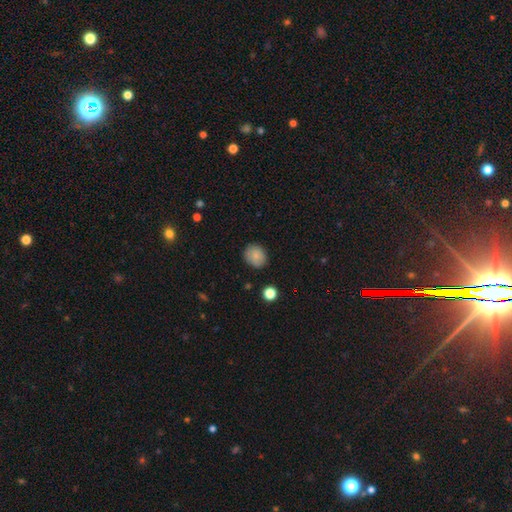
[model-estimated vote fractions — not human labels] This appears to be a smooth galaxy with no disk features (83%) that is round (66%). Merging: none (83%).